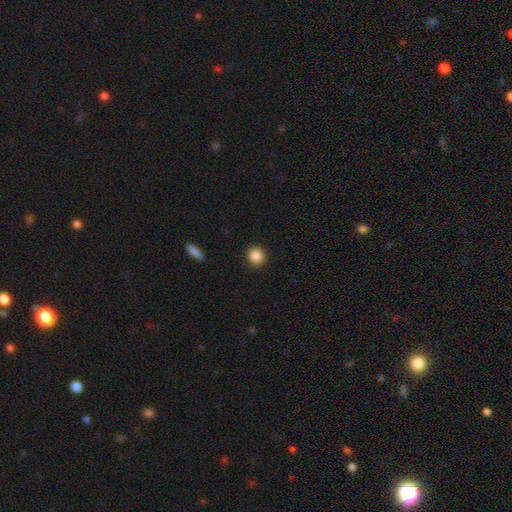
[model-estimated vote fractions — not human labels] Smooth or featured? Predicted: smooth (p=0.87). How rounded? Predicted: round (p=0.91). Merging? Predicted: none (p=0.92).